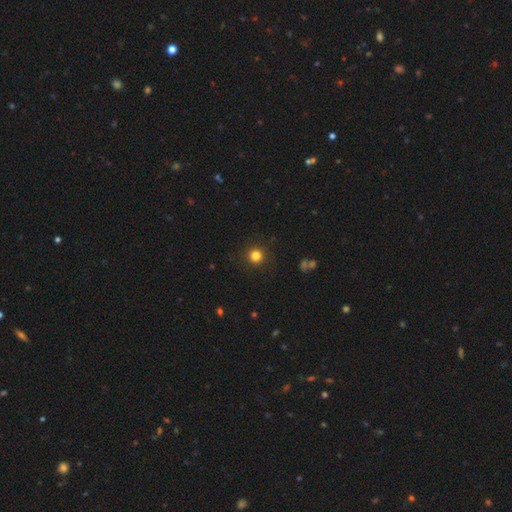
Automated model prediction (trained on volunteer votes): Morphology: type=smooth (82%); roundness=round (95%); merging=none (91%).